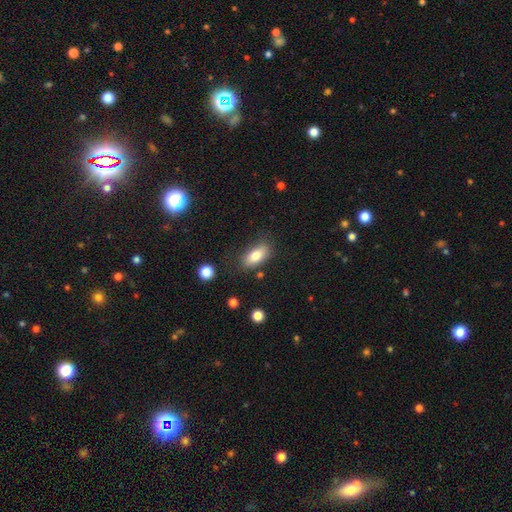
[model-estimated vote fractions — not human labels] Q: Smooth or featured?
A: smooth (79%); runner-up: featured or disk (13%)
Q: How rounded?
A: in between (87%); runner-up: cigar-shaped (9%)
Q: Merging?
A: none (77%); runner-up: minor disturbance (15%)